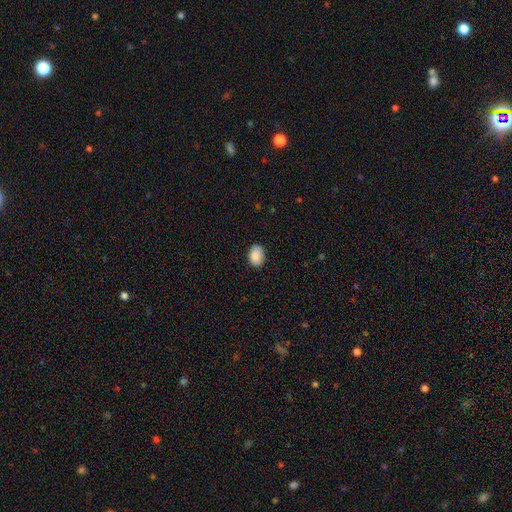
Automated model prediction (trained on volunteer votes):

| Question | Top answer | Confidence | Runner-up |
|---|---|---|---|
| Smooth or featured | smooth | 90% | star or artifact (7%) |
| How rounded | in between | 75% | round (24%) |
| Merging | none | 86% | minor disturbance (11%) |